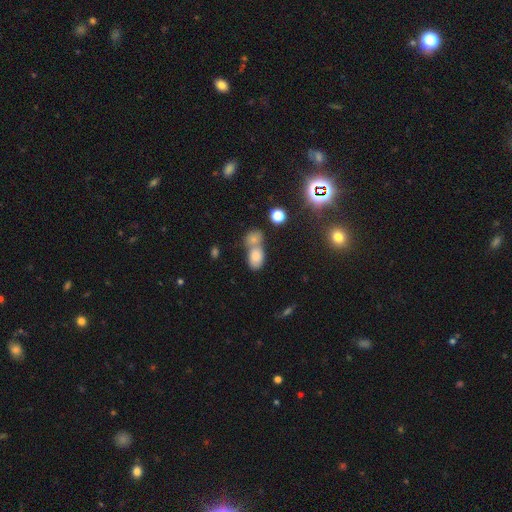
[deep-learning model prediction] Smooth or featured?
  - smooth: 78% *
  - star or artifact: 12%
  - featured or disk: 10%
How rounded?
  - in between: 82% *
  - round: 16%
  - cigar-shaped: 2%
Merging?
  - merger: 58% *
  - none: 29%
  - minor disturbance: 9%
  - major disturbance: 4%